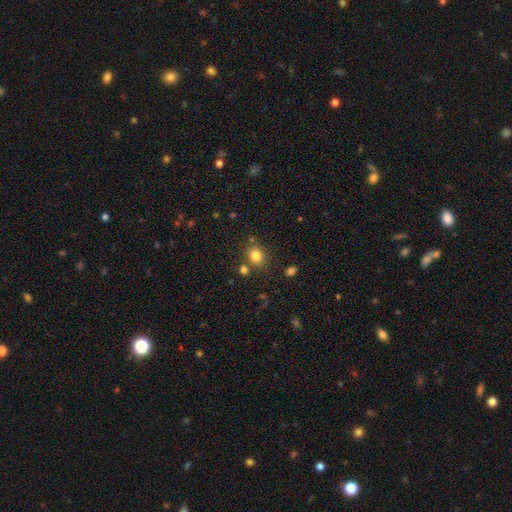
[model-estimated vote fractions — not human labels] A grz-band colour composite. It shows a smooth galaxy with no disk features (81%) that is round (64%). Merging: none (76%).